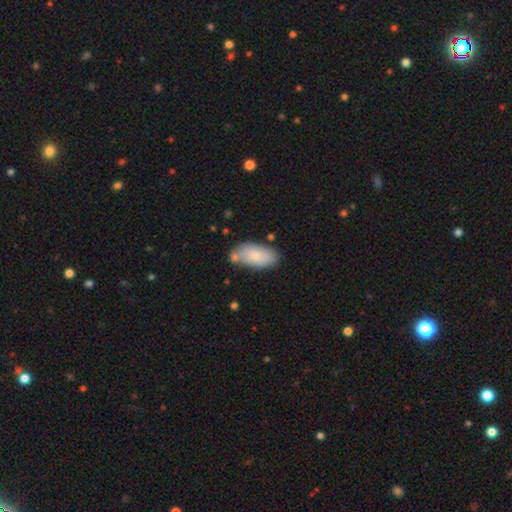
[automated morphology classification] Smooth or featured? Predicted: smooth (p=0.76). How rounded? Predicted: in between (p=0.93). Merging? Predicted: none (p=0.67).